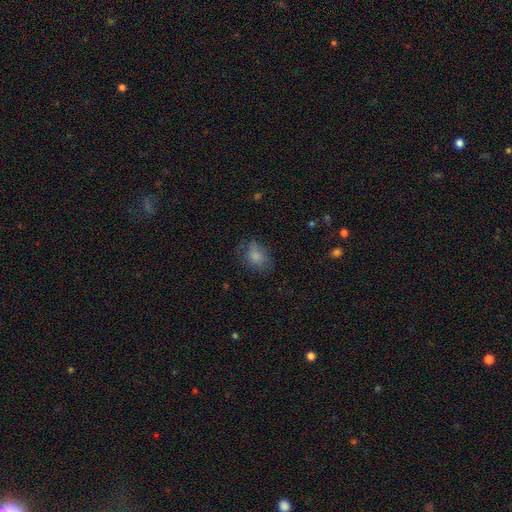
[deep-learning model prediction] This is clearly a smooth galaxy (80%). How rounded: likely in between (68%). Merging: likely none (62%).